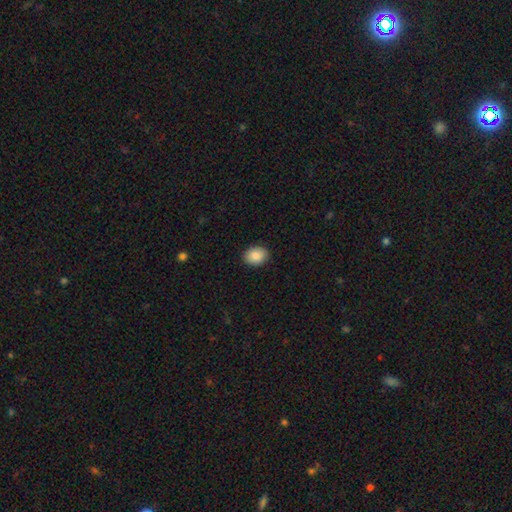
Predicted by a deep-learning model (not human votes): A smooth galaxy with no disk features (88%) that is in between round and cigar-shaped (60%).

Vote fractions:
- Smooth or featured? smooth: 88% / star or artifact: 7% / featured or disk: 5%
- How rounded? in between: 60% / round: 40% / cigar-shaped: 1%
- Merging? none: 90% / minor disturbance: 7% / major disturbance: 2% / merger: 1%